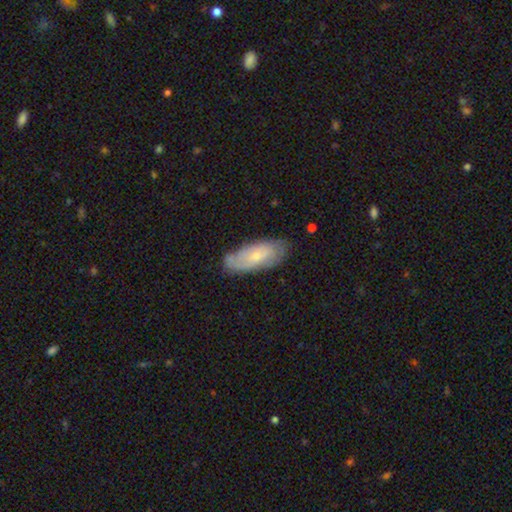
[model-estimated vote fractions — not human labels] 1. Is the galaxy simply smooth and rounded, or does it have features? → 53% smooth, 40% featured or disk, 6% star or artifact.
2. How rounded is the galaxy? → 81% in between, 17% cigar-shaped, 2% round.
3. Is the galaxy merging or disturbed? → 69% none, 24% minor disturbance, 5% major disturbance, 2% merger.